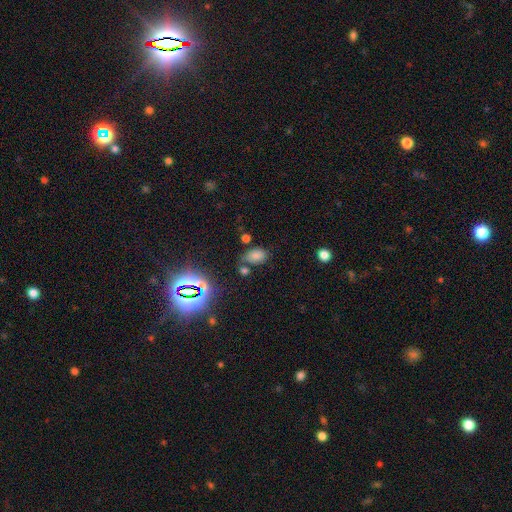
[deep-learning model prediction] Morphology: type=smooth (67%); roundness=in between (86%); merging=none (62%).